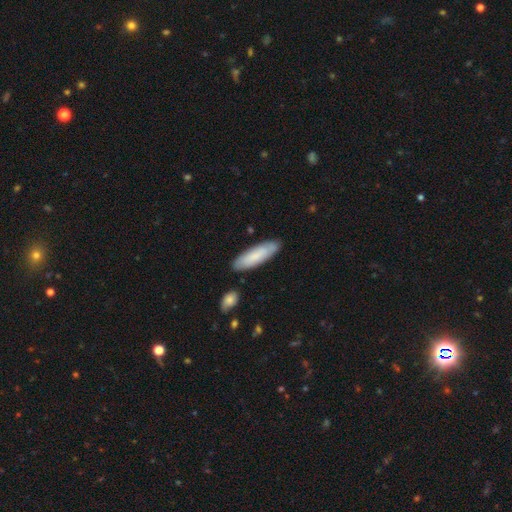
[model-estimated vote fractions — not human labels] A smooth galaxy with no disk features (77%) that is cigar-shaped (56%). Merging: none (84%).